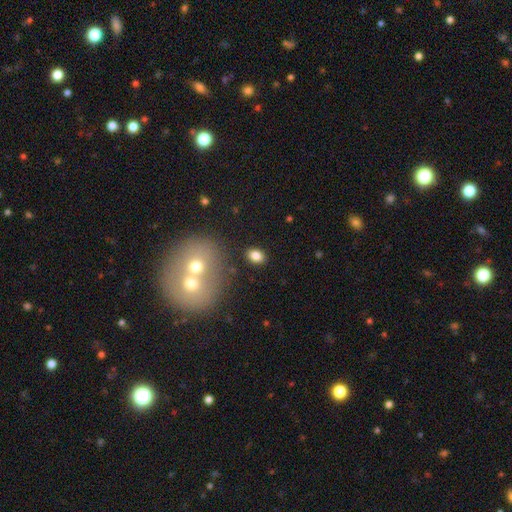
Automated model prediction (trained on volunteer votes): smooth-or-featured: smooth: 82% | star or artifact: 10% | featured or disk: 8%
  how-rounded: in between: 76% | round: 22% | cigar-shaped: 1%
  merging: none: 83% | minor disturbance: 8% | merger: 6% | major disturbance: 3%